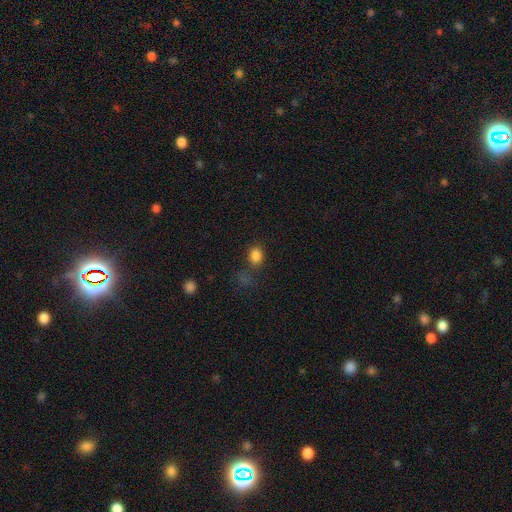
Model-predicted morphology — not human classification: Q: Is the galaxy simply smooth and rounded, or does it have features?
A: smooth — 81%.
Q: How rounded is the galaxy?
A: round — 58%.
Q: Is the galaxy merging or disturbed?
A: none — 66%.